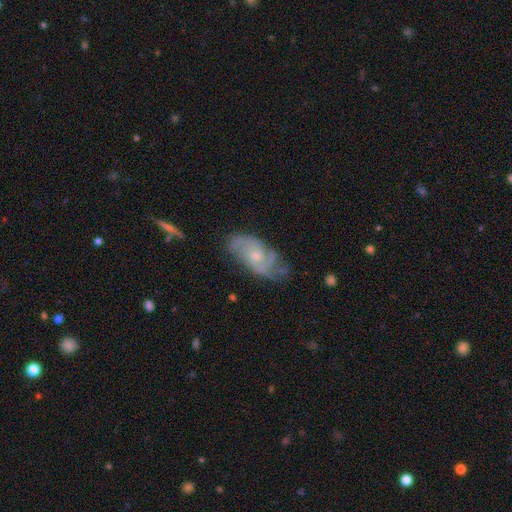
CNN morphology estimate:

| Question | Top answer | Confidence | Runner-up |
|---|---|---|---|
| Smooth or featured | featured or disk | 79% | smooth (15%) |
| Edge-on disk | no | 95% | yes (5%) |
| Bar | no | 68% | weak (28%) |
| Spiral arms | yes | 93% | no (7%) |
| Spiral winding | medium | 46% | tight (36%) |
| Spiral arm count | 2 | 50% | can't tell (22%) |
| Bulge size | small | 51% | moderate (42%) |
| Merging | none | 63% | minor disturbance (25%) |